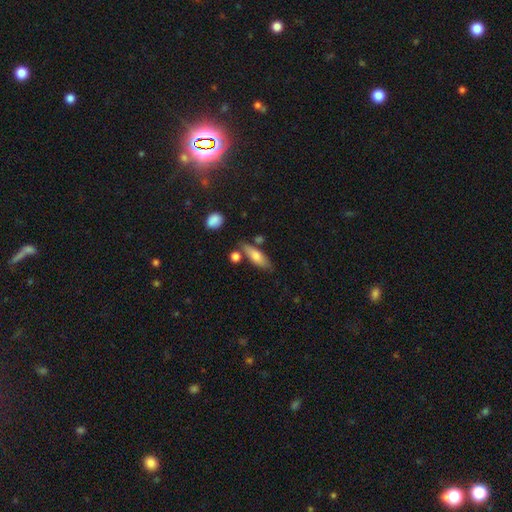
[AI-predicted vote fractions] A smooth galaxy with no disk features (73%) that is in between round and cigar-shaped (59%). Merging: none (70%).